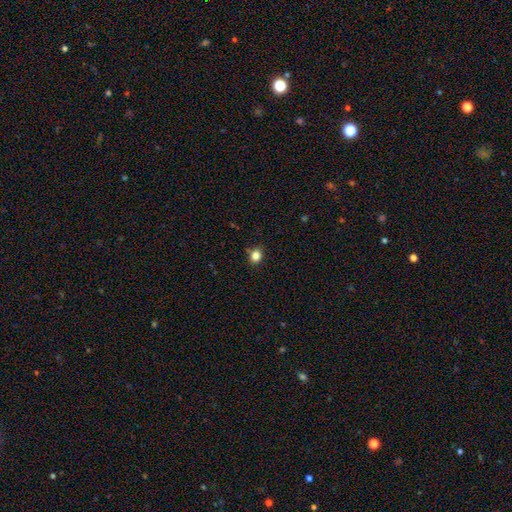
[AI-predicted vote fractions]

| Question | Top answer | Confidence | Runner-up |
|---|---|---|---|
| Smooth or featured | smooth | 83% | star or artifact (12%) |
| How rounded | round | 62% | in between (37%) |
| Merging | none | 85% | minor disturbance (10%) |